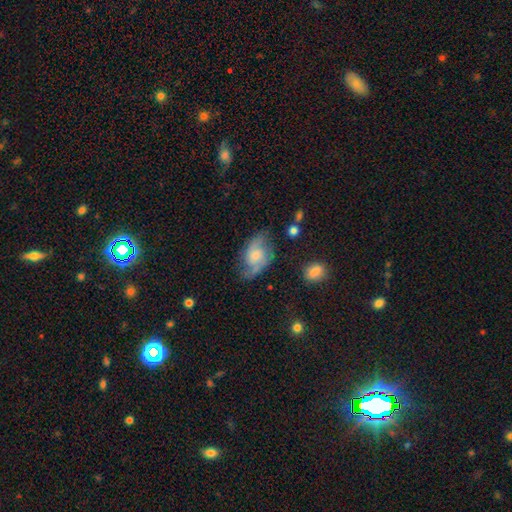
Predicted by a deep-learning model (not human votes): This appears to be a featured or disk galaxy (69%) with no bar (58%), 2 (87%) medium (46%) spiral arms (91%) and a small central bulge (40%, tied with moderate). Merging: none (62%).